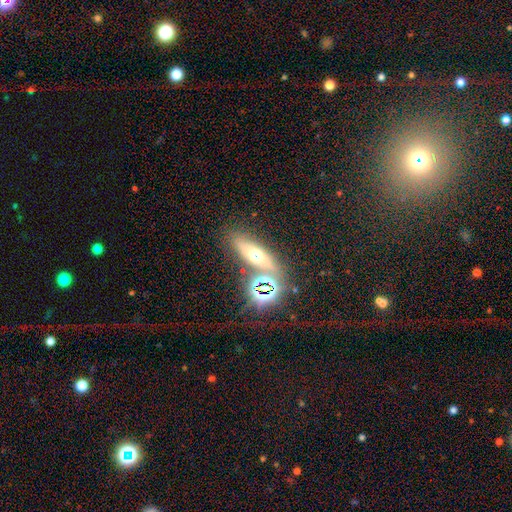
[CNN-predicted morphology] Smooth or featured?
  - smooth: 39% *
  - star or artifact: 34%
  - featured or disk: 27%
Merging?
  - none: 67% *
  - merger: 15%
  - minor disturbance: 12%
  - major disturbance: 6%